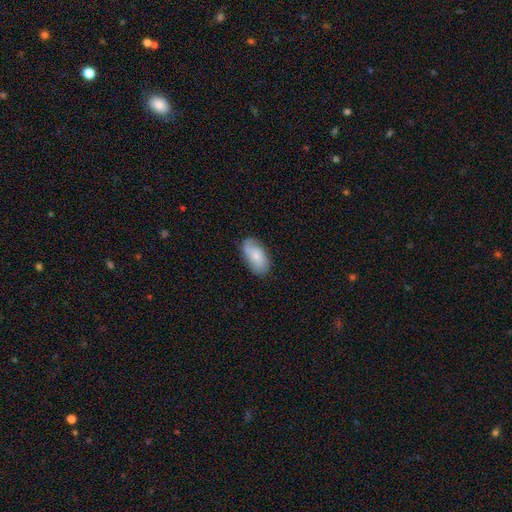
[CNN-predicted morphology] Smooth or featured?
  - smooth: 69% *
  - featured or disk: 24%
  - star or artifact: 7%
How rounded?
  - in between: 94% *
  - round: 4%
  - cigar-shaped: 3%
Merging?
  - none: 73% *
  - minor disturbance: 21%
  - major disturbance: 5%
  - merger: 1%